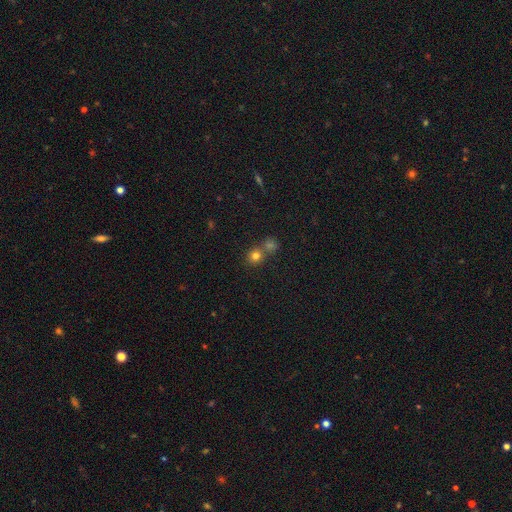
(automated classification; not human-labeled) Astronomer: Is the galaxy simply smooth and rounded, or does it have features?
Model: smooth — 78%.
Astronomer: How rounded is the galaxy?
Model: round — 86%.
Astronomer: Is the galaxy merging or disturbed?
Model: none — 57% (runner-up: merger, 34%).